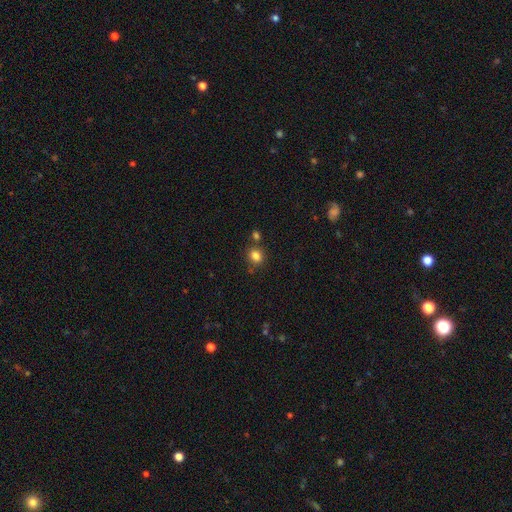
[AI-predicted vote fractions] This appears to be a smooth galaxy with no disk features (82%) that is round (73%). Merging: none (75%).